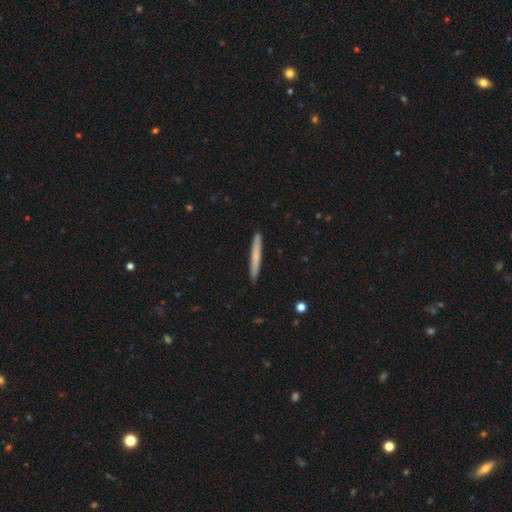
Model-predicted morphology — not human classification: The model was most divided on "smooth or featured": smooth: 68%, featured or disk: 27%, star or artifact: 5%. More confident: how rounded — cigar-shaped (97%); merging — none (92%).